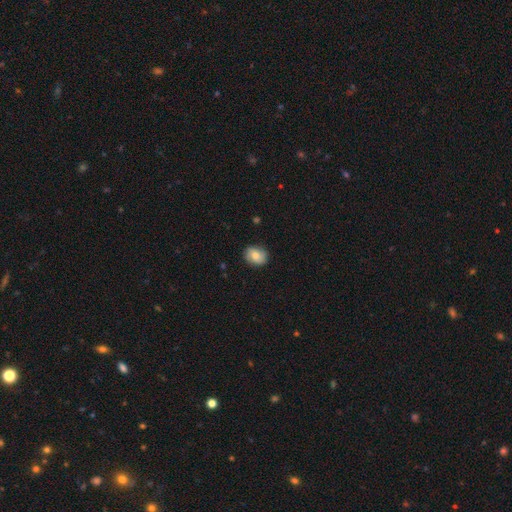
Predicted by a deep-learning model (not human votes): Overall: smooth (69%). How rounded: in between (51%; round 48%). Merging: none (83%).